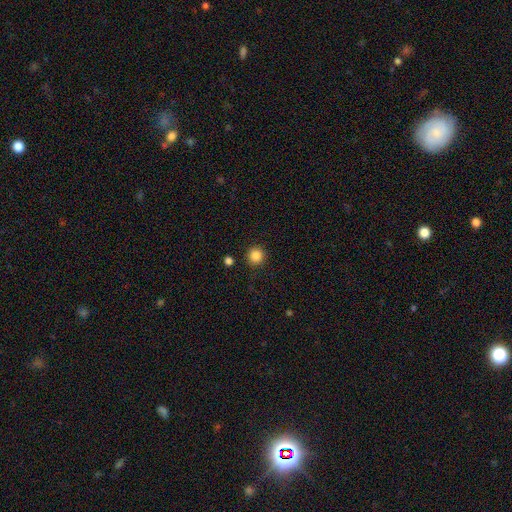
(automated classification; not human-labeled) Smooth or featured? Predicted: smooth (p=0.86). How rounded? Predicted: round (p=0.95). Merging? Predicted: none (p=0.89).